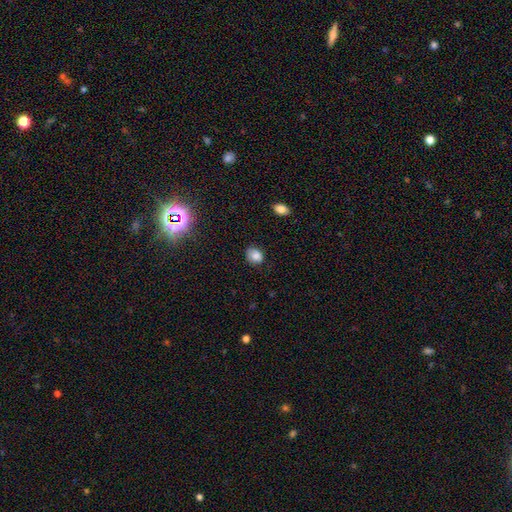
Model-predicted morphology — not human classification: Smooth or featured?
  - smooth: 82% *
  - star or artifact: 11%
  - featured or disk: 7%
How rounded?
  - round: 52% *
  - in between: 47%
  - cigar-shaped: 1%
Merging?
  - none: 66% *
  - minor disturbance: 27%
  - major disturbance: 6%
  - merger: 2%